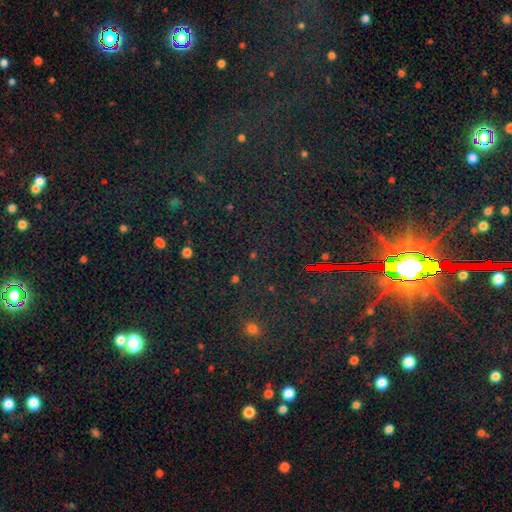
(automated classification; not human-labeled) Smooth or featured? Predicted: star or artifact (p=0.79).